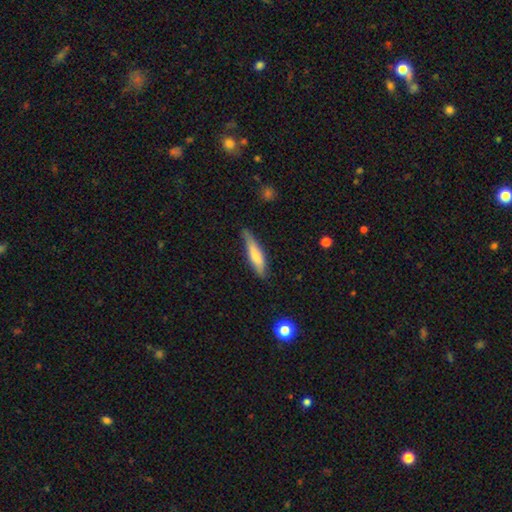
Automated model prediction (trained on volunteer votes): smooth-or-featured: smooth: 66% | featured or disk: 29% | star or artifact: 6%
  how-rounded: cigar-shaped: 79% | in between: 20% | round: 2%
  merging: none: 71% | minor disturbance: 23% | major disturbance: 5% | merger: 2%